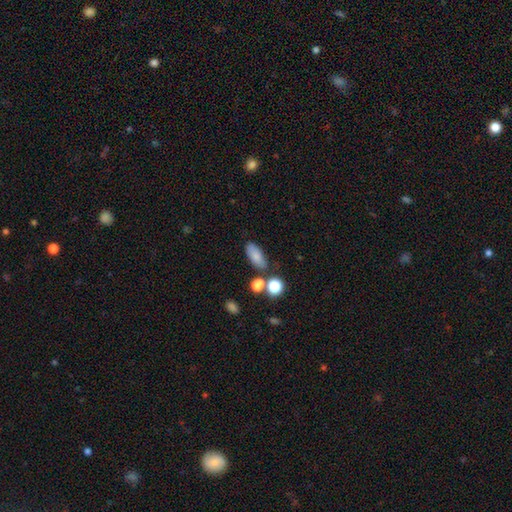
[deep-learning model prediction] This is clearly a smooth galaxy (80%). How rounded: clearly in between (84%). Merging: likely none (71%).